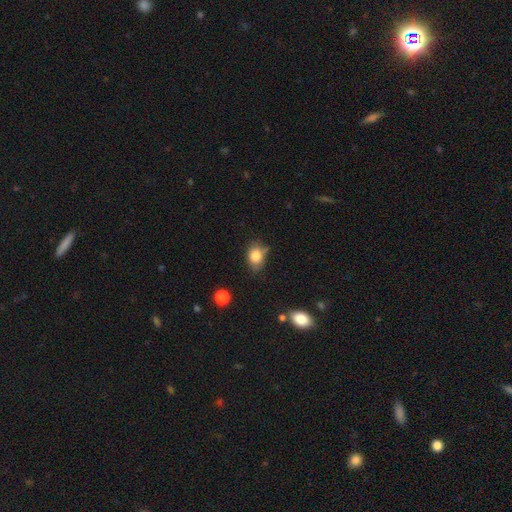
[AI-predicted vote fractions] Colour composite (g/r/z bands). It shows a smooth galaxy with no disk features (82%) that is in between round and cigar-shaped (58%). Merging: none (56%).